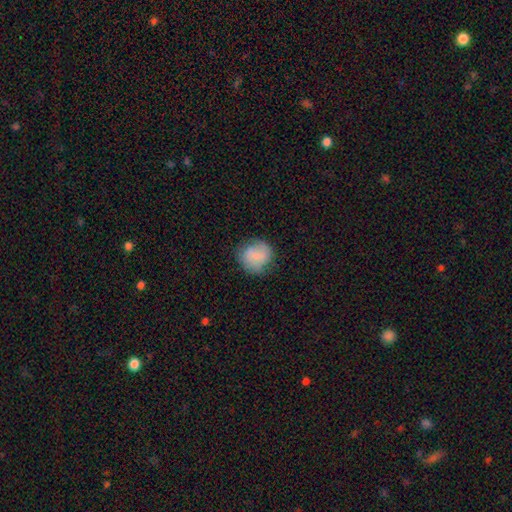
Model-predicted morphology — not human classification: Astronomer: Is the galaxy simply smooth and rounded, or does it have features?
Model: smooth — 77%.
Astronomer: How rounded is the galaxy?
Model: round — 85%.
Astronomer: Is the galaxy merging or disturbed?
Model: none — 73%.